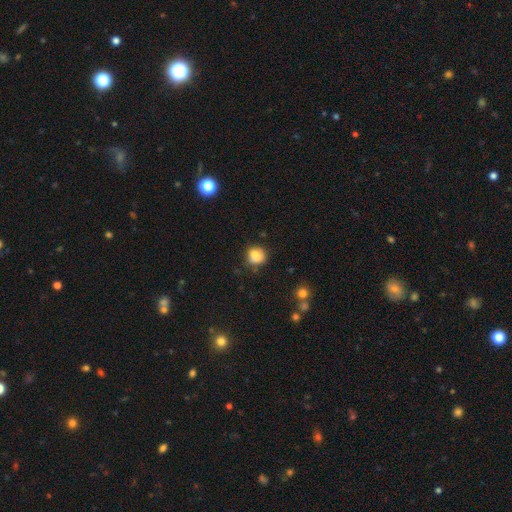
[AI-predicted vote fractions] This appears to be a smooth galaxy with no disk features (77%) that is round (78%). Merging: none (63%).